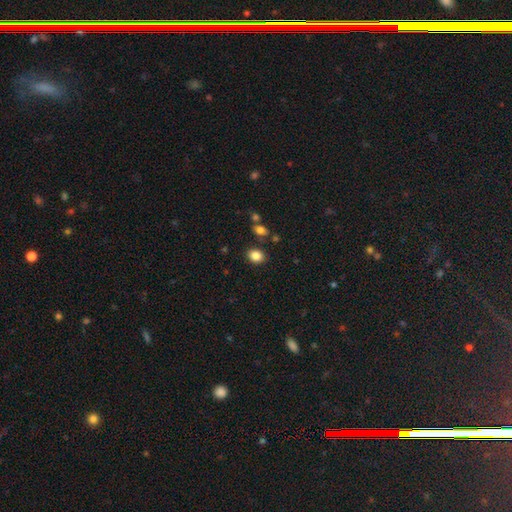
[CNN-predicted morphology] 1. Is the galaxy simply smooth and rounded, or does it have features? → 85% smooth, 10% star or artifact, 5% featured or disk.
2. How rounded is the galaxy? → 54% in between, 46% round, 1% cigar-shaped.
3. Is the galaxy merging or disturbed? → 84% none, 9% minor disturbance, 4% merger, 3% major disturbance.